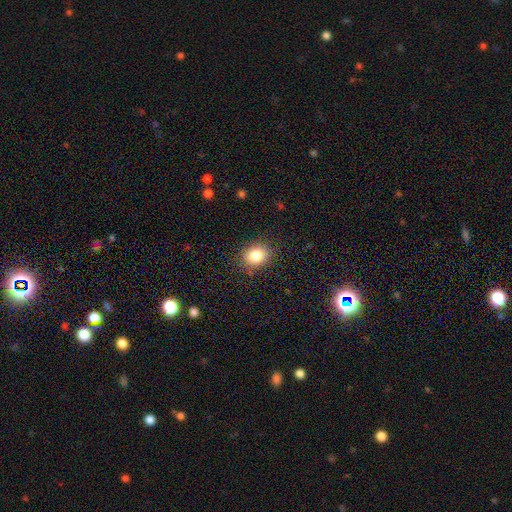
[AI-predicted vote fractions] Smooth or featured?
  - smooth: 83% *
  - star or artifact: 10%
  - featured or disk: 7%
How rounded?
  - round: 58% *
  - in between: 42%
  - cigar-shaped: 1%
Merging?
  - none: 86% *
  - minor disturbance: 10%
  - major disturbance: 3%
  - merger: 1%